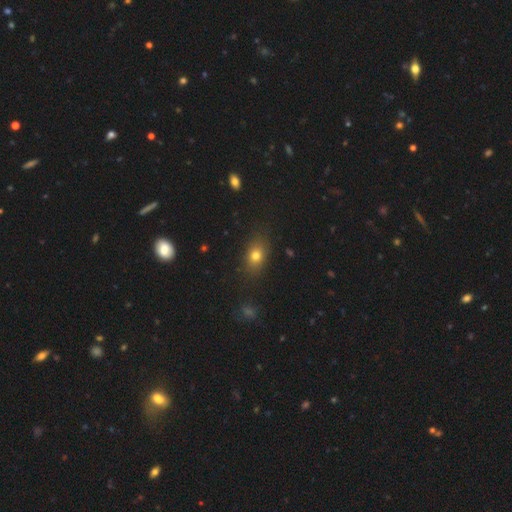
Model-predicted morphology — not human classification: type=smooth (76%); roundness=in between (70%); merging=none (83%).